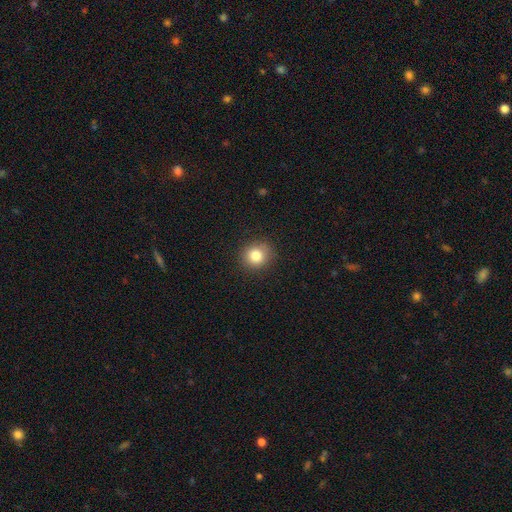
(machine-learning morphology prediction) This appears to be a smooth galaxy with no disk features (82%) that is round (85%). Merging: none (87%).